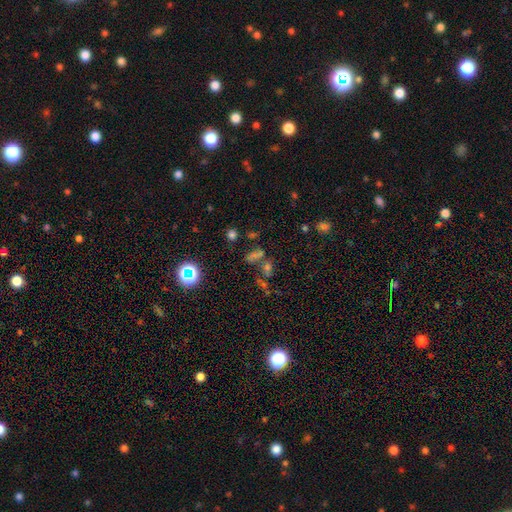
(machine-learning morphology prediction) smooth_or_featured: star or artifact (p=0.47) [alt: smooth p=0.37]